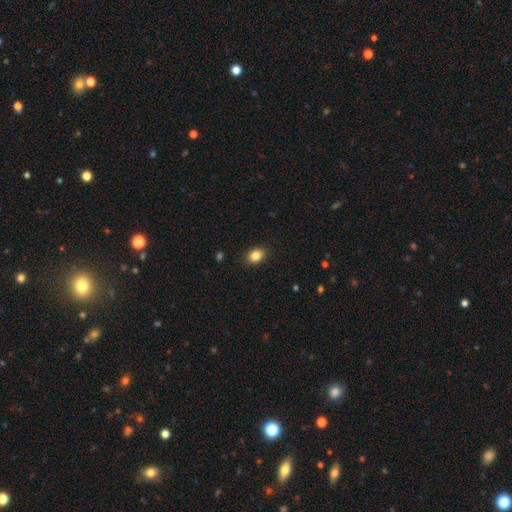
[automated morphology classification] type=smooth (85%); roundness=in between (57%); merging=none (89%).